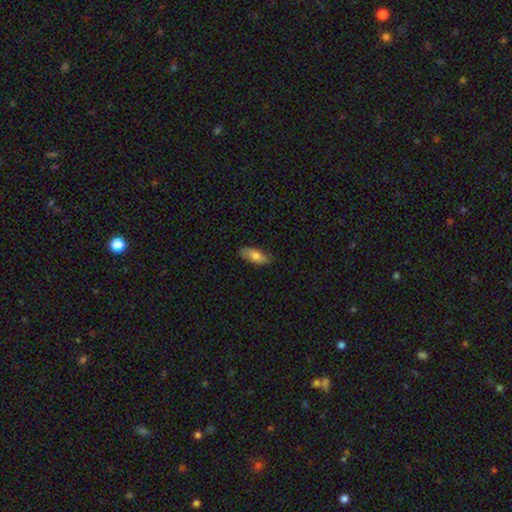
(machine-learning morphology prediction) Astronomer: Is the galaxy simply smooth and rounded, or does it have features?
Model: smooth — 75%.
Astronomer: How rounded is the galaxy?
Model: in between — 81%.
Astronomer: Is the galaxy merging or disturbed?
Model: none — 77%.